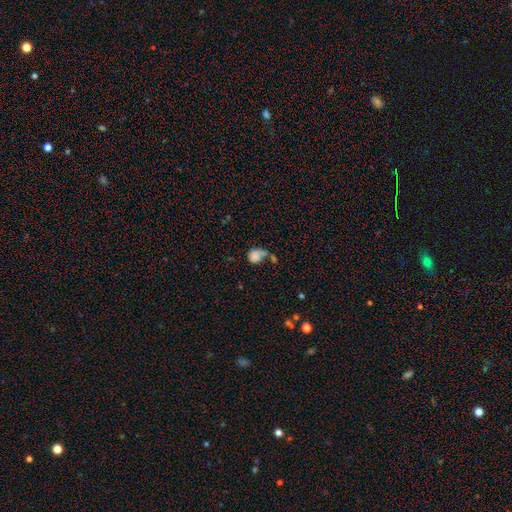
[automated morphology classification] smooth 75%, featured or disk 15%, star or artifact 10%. Down the decision tree: how rounded — round (65%); merging — none (32%).